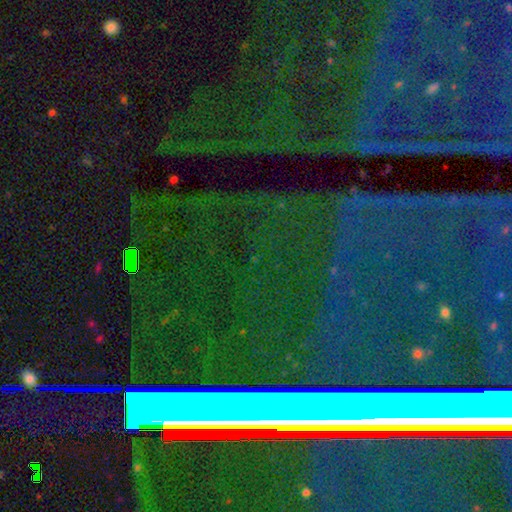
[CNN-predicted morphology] Smooth or featured? Predicted: star or artifact (p=0.79).